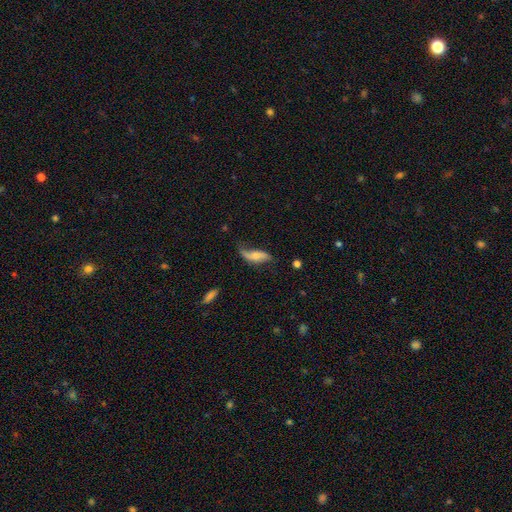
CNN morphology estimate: This appears to be a featured or disk galaxy (56%). Merging: none (51%).